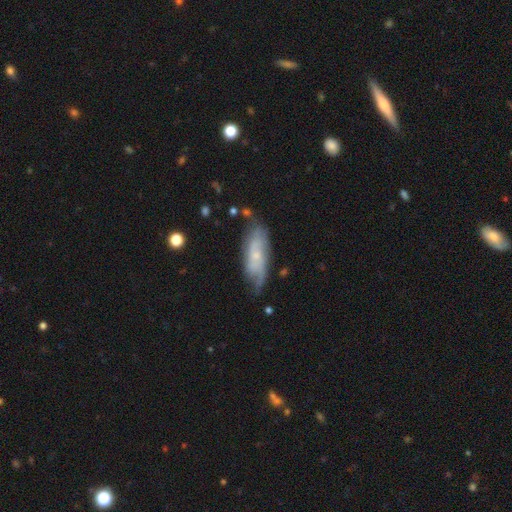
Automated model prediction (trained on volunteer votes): featured or disk 59%, smooth 34%, star or artifact 7%. Down the decision tree: edge-on disk — no (84%); bar — no (70%); spiral arms — yes (82%); bulge size — small (68%); merging — none (60%).